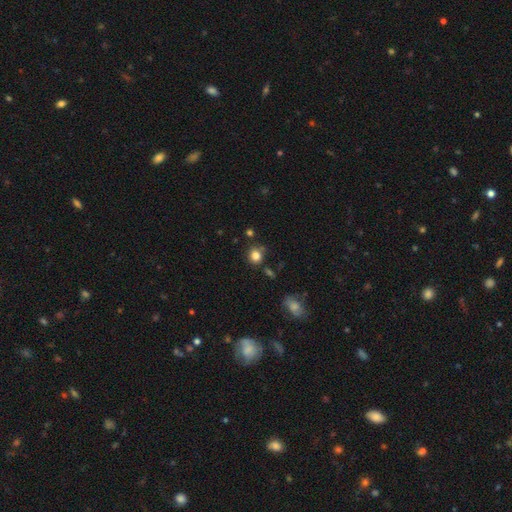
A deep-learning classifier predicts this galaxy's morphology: A smooth galaxy with no disk features (82%) that is round (83%). Merging: none (77%).